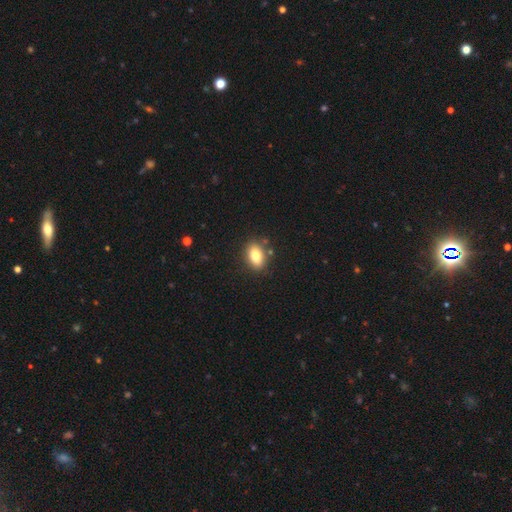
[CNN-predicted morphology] Q: Smooth or featured?
A: smooth (80%); runner-up: featured or disk (11%)
Q: How rounded?
A: in between (84%); runner-up: round (13%)
Q: Merging?
A: none (85%); runner-up: minor disturbance (10%)